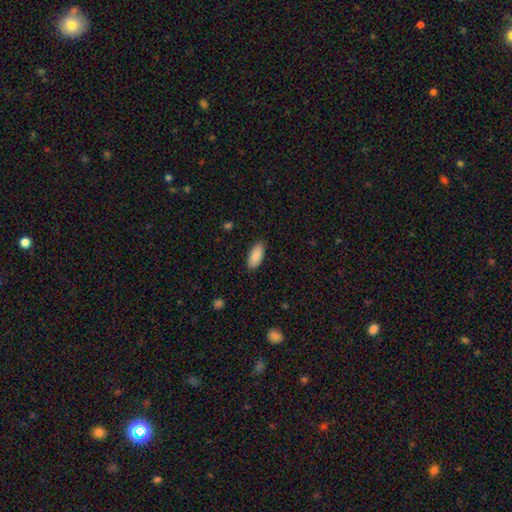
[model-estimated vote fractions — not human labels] Smooth or featured? Predicted: smooth (p=0.89). How rounded? Predicted: in between (p=0.87). Merging? Predicted: none (p=0.88).